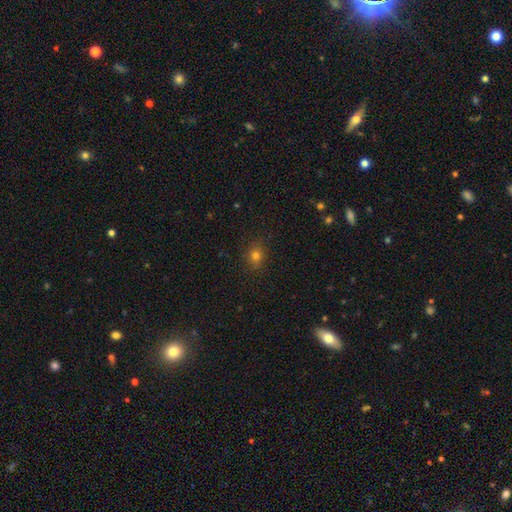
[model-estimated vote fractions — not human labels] Smooth or featured? smooth (74%)
How rounded? round (64%)
Merging? none (86%)